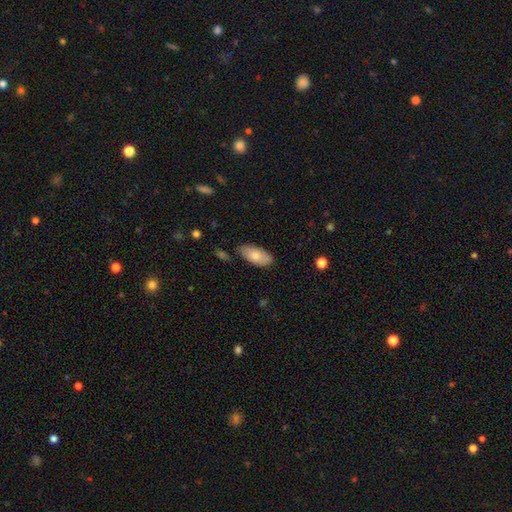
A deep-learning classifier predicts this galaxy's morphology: The model was most divided on "smooth or featured": smooth: 78%, featured or disk: 16%, star or artifact: 6%. More confident: how rounded — in between (92%); merging — none (79%).